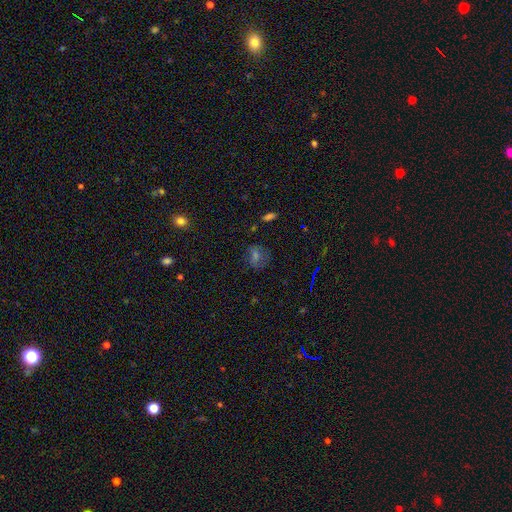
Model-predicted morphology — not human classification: A smooth galaxy with no disk features (39%).

Vote fractions:
- Smooth or featured? smooth: 39% / star or artifact: 33% / featured or disk: 28%
- Merging? none: 72% / minor disturbance: 17% / major disturbance: 9% / merger: 2%